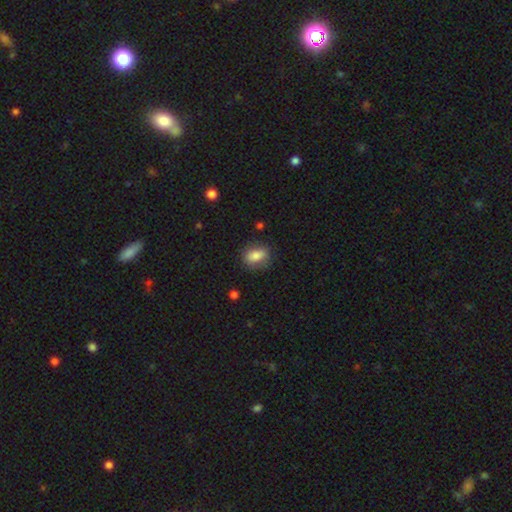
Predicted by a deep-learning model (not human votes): Morphology: type=smooth (81%); roundness=in between (77%); merging=none (77%).